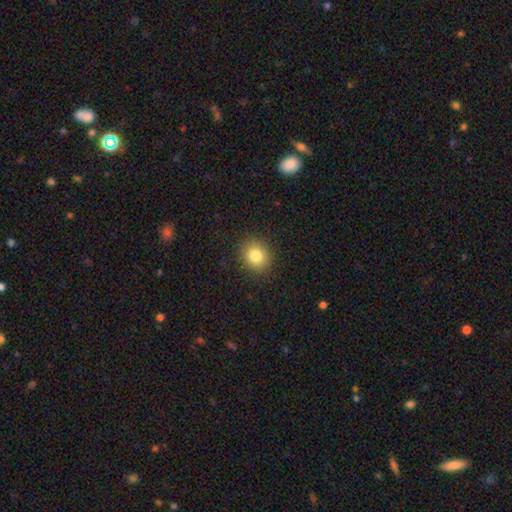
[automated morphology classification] A smooth galaxy with no disk features (82%) that is round (74%). Merging: none (89%).